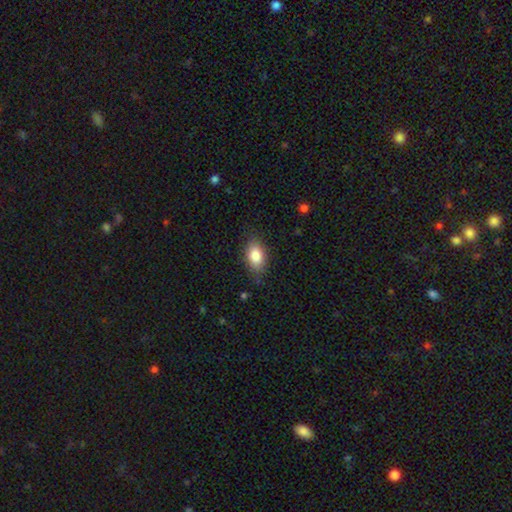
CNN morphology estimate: The model was most divided on "merging": none: 82%, minor disturbance: 14%, major disturbance: 3%, merger: 1%. More confident: how rounded — in between (89%); smooth or featured — smooth (84%).